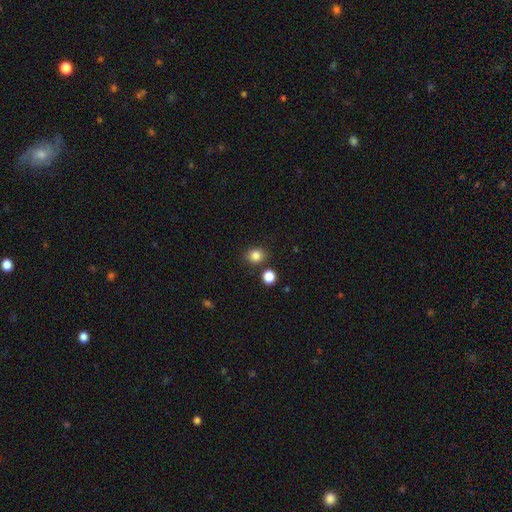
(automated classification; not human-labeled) smooth_or_featured: smooth (p=0.84) [alt: star or artifact p=0.12]
how_rounded: round (p=0.72) [alt: in between p=0.28]
merging: none (p=0.80) [alt: minor disturbance p=0.10]